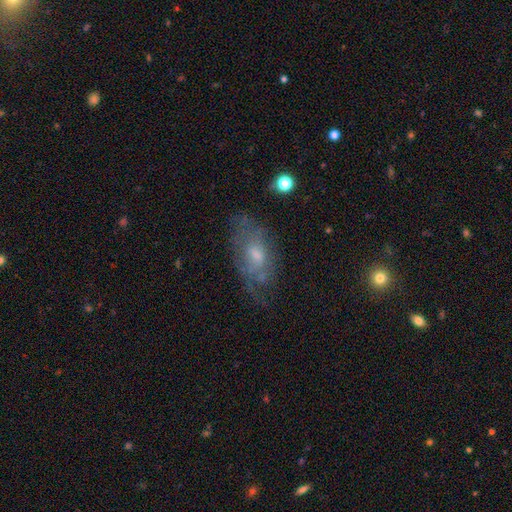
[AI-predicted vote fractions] This appears to be a featured or disk galaxy (54%). Merging: none (59%).